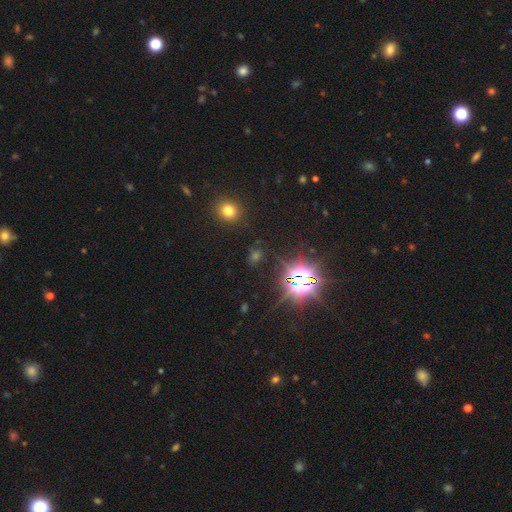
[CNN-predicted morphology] smooth_or_featured: star or artifact (p=0.60) [alt: smooth p=0.30]